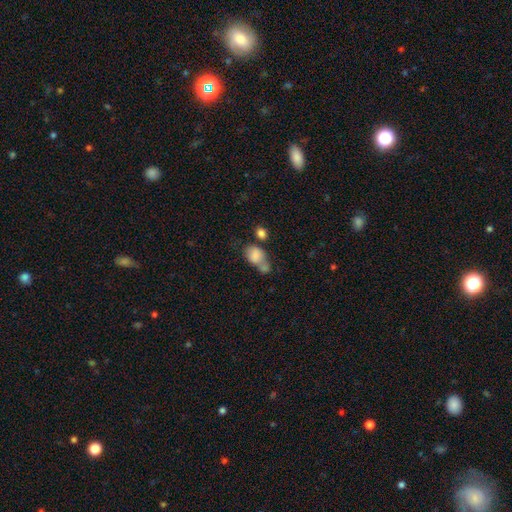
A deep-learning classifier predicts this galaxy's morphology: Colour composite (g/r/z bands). It shows a smooth galaxy with no disk features (79%) that is in between round and cigar-shaped (73%). Merging: merger (52%).